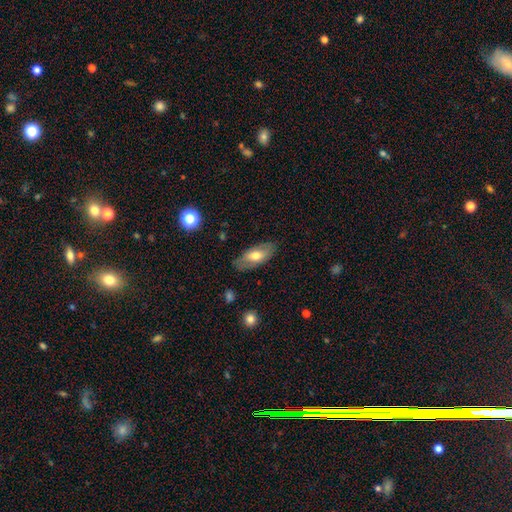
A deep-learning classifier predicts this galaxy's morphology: smooth 61%, featured or disk 33%, star or artifact 7%. Down the decision tree: how rounded — in between (88%); merging — none (81%).